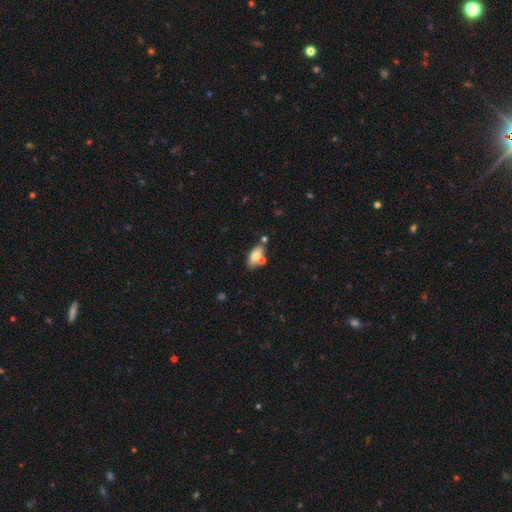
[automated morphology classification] Smooth or featured? Predicted: smooth (p=0.69). How rounded? Predicted: in between (p=0.87). Merging? Predicted: none (p=0.57).